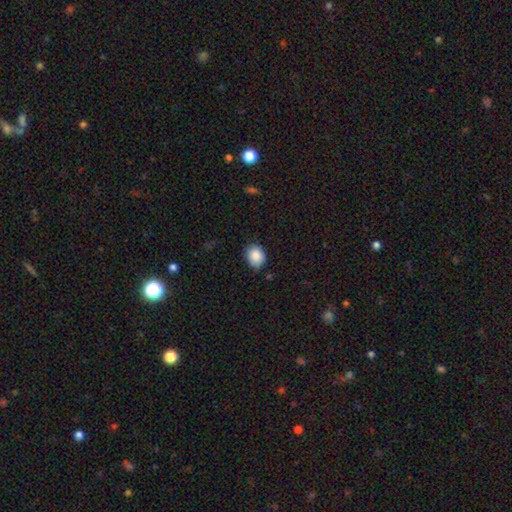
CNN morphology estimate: type=smooth (88%); roundness=round (50%); merging=none (75%).